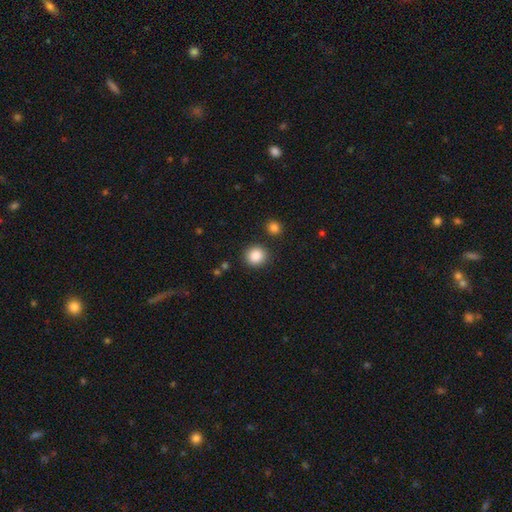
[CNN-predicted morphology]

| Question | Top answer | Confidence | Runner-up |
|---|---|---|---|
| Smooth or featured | smooth | 87% | star or artifact (9%) |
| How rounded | round | 89% | in between (10%) |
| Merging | none | 87% | minor disturbance (7%) |